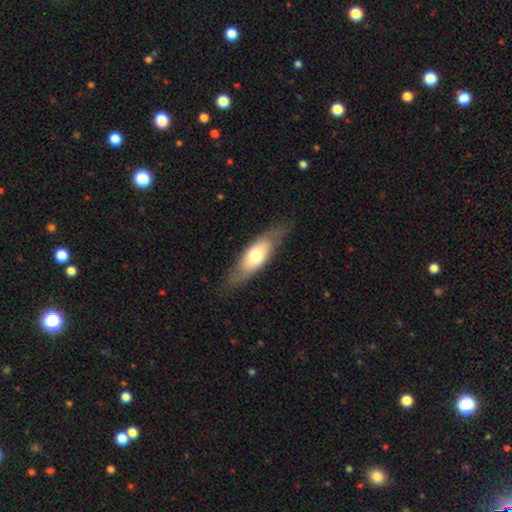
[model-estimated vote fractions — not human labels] The model was most divided on "smooth or featured": smooth: 55%, featured or disk: 39%, star or artifact: 6%. More confident: merging — none (76%); how rounded — in between (64%).